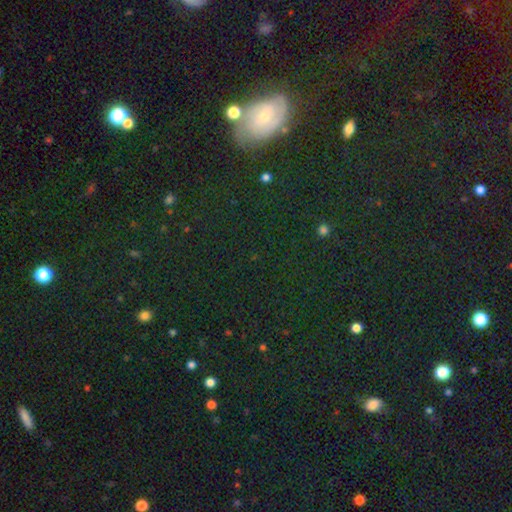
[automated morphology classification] The model was most divided on "smooth or featured": star or artifact: 60%, smooth: 28%, featured or disk: 12%.